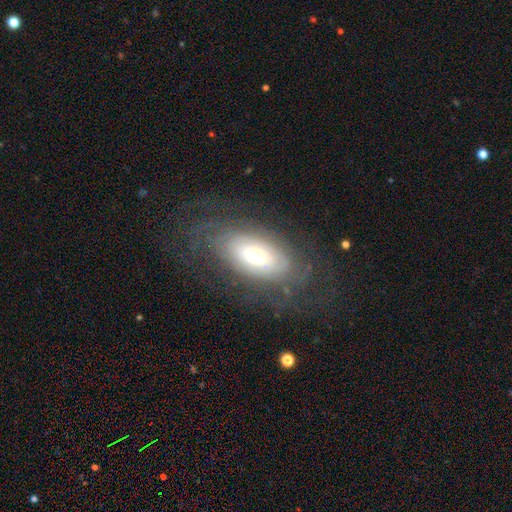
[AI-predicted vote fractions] The model was most divided on "smooth or featured": featured or disk: 62%, smooth: 30%, star or artifact: 8%. More confident: edge-on disk — no (88%); merging — none (70%); bar — no (69%); spiral arms — yes (67%); bulge size — moderate (63%).